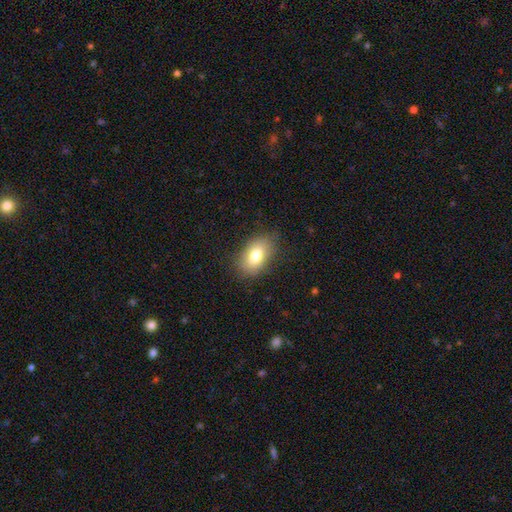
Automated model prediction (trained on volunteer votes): smooth-or-featured: smooth: 78% | featured or disk: 14% | star or artifact: 9%
  how-rounded: in between: 88% | round: 10% | cigar-shaped: 2%
  merging: none: 81% | minor disturbance: 14% | major disturbance: 4% | merger: 1%